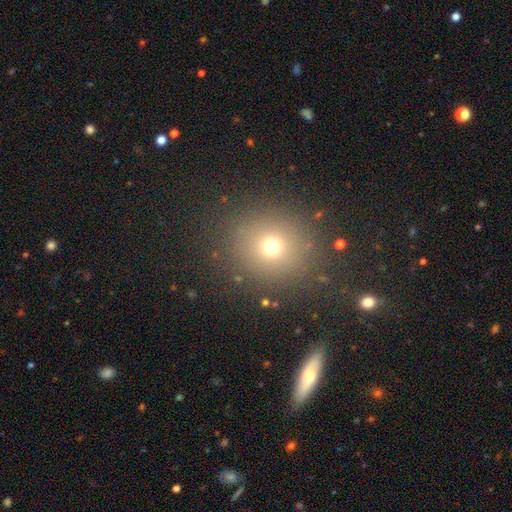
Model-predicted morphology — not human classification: smooth-or-featured: smooth: 59% | star or artifact: 28% | featured or disk: 12%
  how-rounded: round: 81% | in between: 18% | cigar-shaped: 2%
  merging: none: 85% | minor disturbance: 8% | merger: 4% | major disturbance: 3%